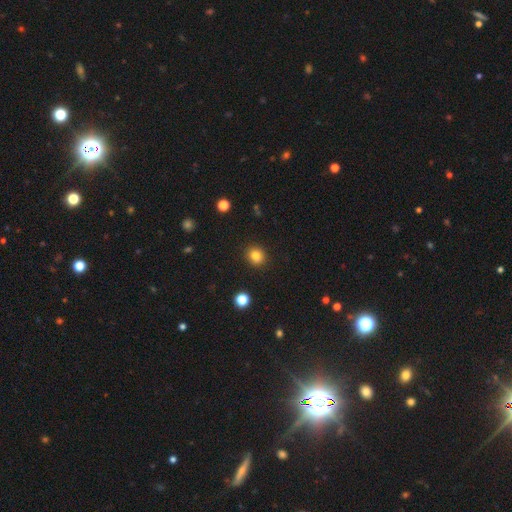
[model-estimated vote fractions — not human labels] Smooth or featured? smooth (82%)
How rounded? round (85%)
Merging? none (90%)